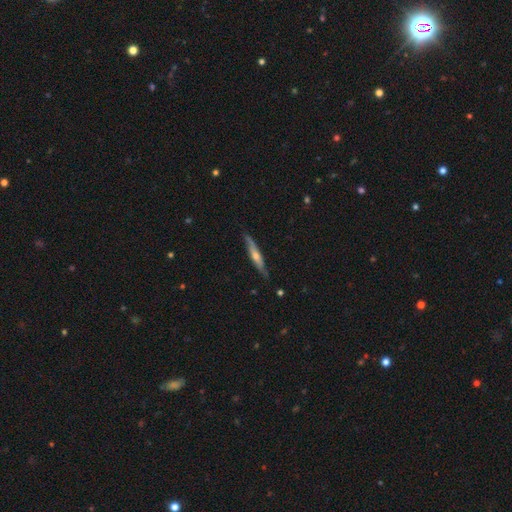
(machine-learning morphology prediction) Smooth or featured? Predicted: featured or disk (p=0.66). Edge-on disk? Predicted: yes (p=0.93). Edge-on bulge? Predicted: rounded (p=0.78). Merging? Predicted: none (p=0.83).